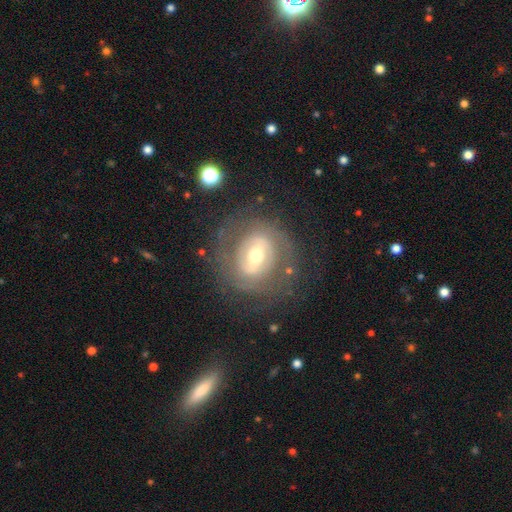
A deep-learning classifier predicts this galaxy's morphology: The model was most divided on "spiral arms" (2-way tie): no: 50%, yes: 50%. Remaining: edge-on disk — no (95%); merging — none (72%); smooth or featured — featured or disk (71%); bulge size — moderate (61%); bar — weak (37%).